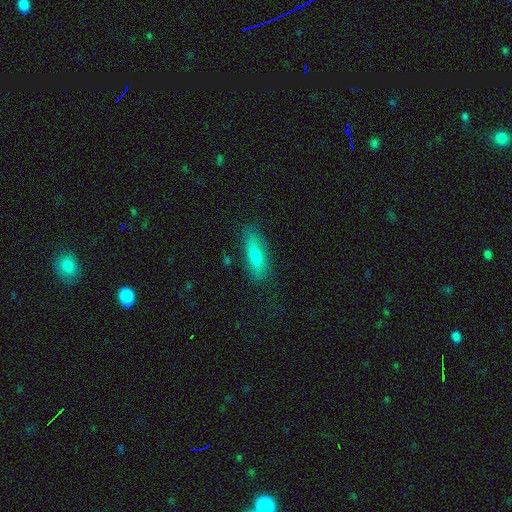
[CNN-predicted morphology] Overall: smooth (69%). How rounded: cigar-shaped (55%; in between 42%). Merging: none (81%).